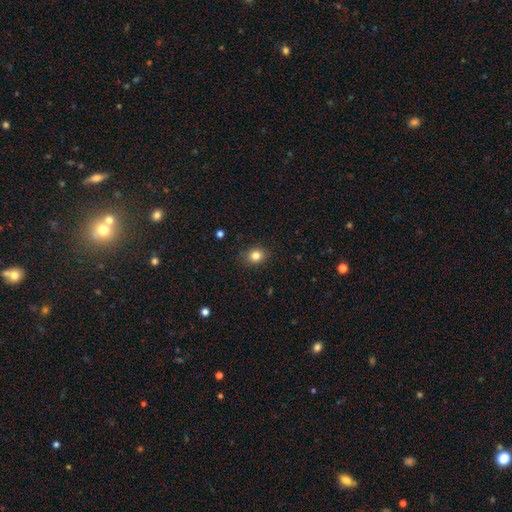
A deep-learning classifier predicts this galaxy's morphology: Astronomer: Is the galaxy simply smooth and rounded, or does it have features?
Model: smooth — 82%.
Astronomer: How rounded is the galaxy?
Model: round — 63%.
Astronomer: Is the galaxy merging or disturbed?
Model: none — 85%.